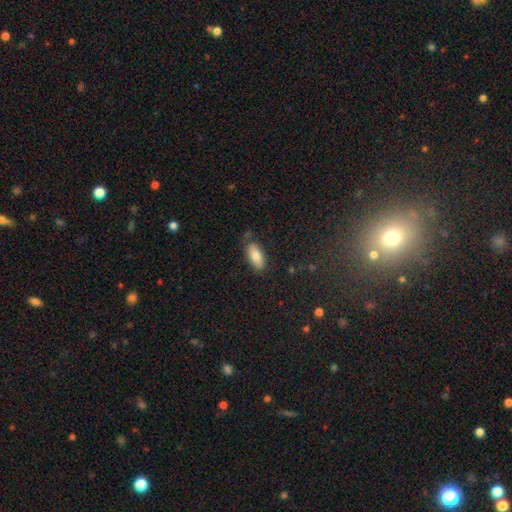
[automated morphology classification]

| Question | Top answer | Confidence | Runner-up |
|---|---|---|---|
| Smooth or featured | smooth | 81% | featured or disk (12%) |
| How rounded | in between | 87% | cigar-shaped (11%) |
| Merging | none | 77% | minor disturbance (17%) |